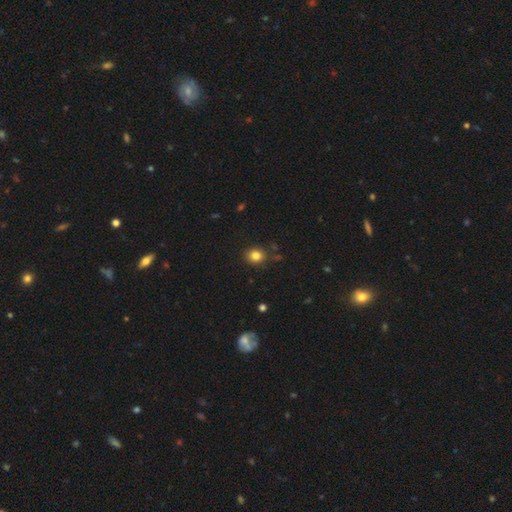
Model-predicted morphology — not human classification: This appears to be a smooth galaxy with no disk features (82%) that is round (71%). Merging: none (84%).